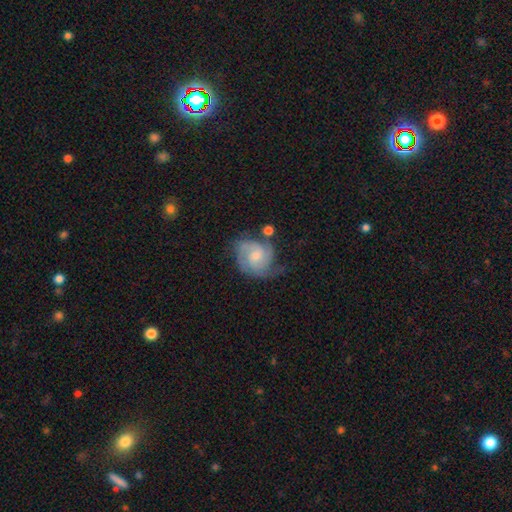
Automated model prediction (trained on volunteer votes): Q: Smooth or featured?
A: featured or disk (76%); runner-up: smooth (18%)
Q: Edge-on disk?
A: no (98%); runner-up: yes (2%)
Q: Bar?
A: no (61%); runner-up: weak (35%)
Q: Spiral arms?
A: yes (94%); runner-up: no (6%)
Q: Spiral winding?
A: tight (46%); runner-up: medium (41%)
Q: Spiral arm count?
A: 2 (38%); runner-up: 3 (28%)
Q: Bulge size?
A: moderate (49%); runner-up: small (38%)
Q: Merging?
A: none (49%); runner-up: minor disturbance (27%)